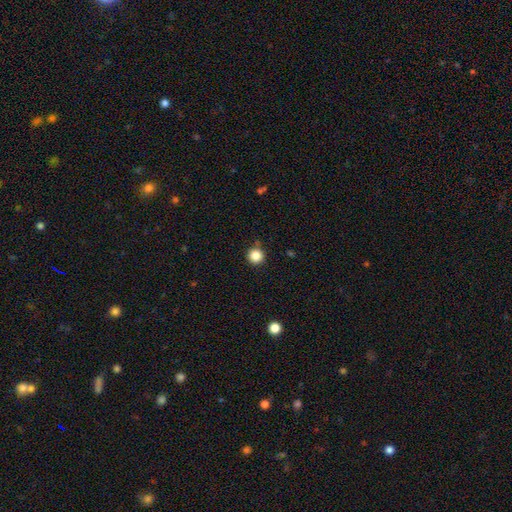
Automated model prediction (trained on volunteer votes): Q: Smooth or featured?
A: smooth (85%); runner-up: star or artifact (11%)
Q: How rounded?
A: round (96%); runner-up: in between (3%)
Q: Merging?
A: none (89%); runner-up: minor disturbance (7%)